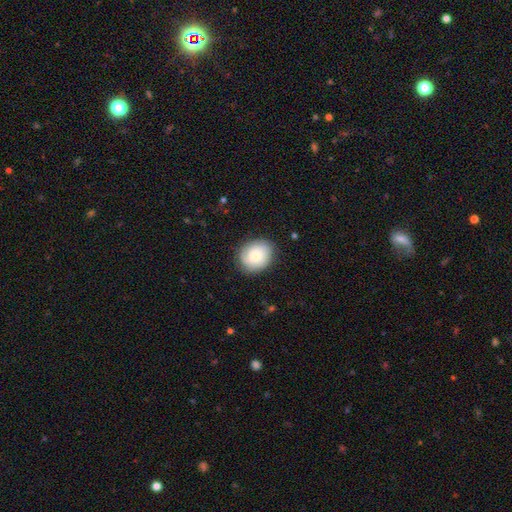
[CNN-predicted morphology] Smooth or featured: smooth — 68% (featured or disk — 24%)
How rounded: round — 65% (in between — 35%)
Merging: none — 82% (minor disturbance — 13%)